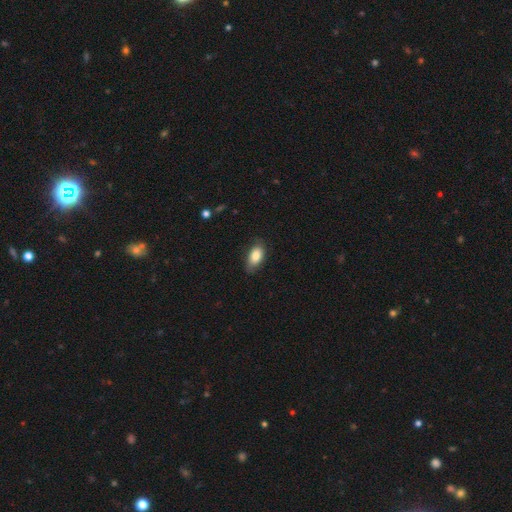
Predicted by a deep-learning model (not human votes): Q: Smooth or featured?
A: smooth (83%); runner-up: featured or disk (11%)
Q: How rounded?
A: in between (91%); runner-up: round (5%)
Q: Merging?
A: none (73%); runner-up: minor disturbance (22%)